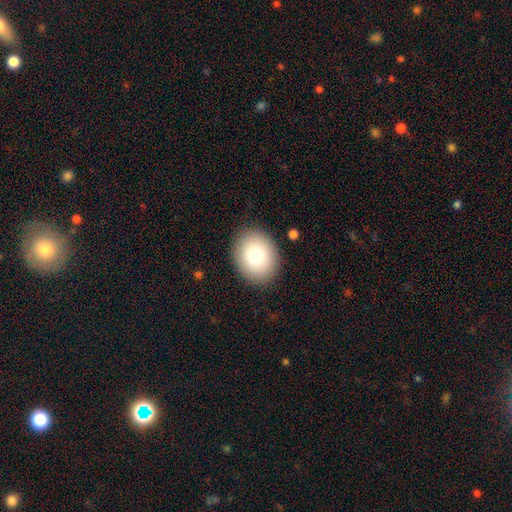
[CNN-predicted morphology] Overall: smooth (80%). How rounded: round (53%; in between 46%). Merging: none (88%).